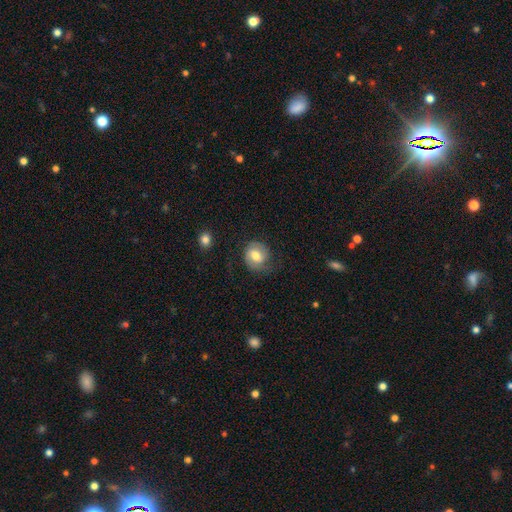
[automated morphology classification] smooth_or_featured: featured or disk (p=0.49) [alt: smooth p=0.43]
merging: none (p=0.65) [alt: minor disturbance p=0.21]